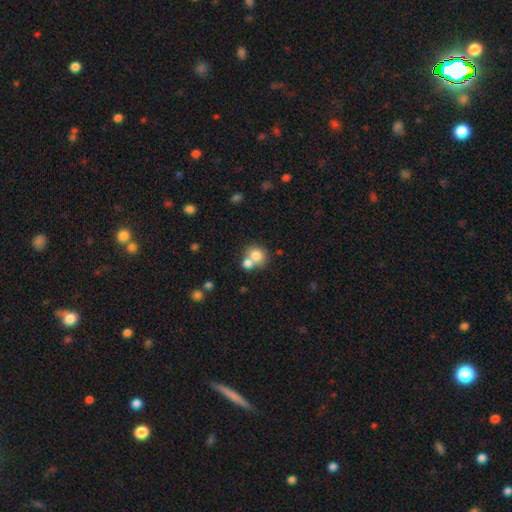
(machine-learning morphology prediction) type=smooth (77%); roundness=round (77%); merging=merger (49%).